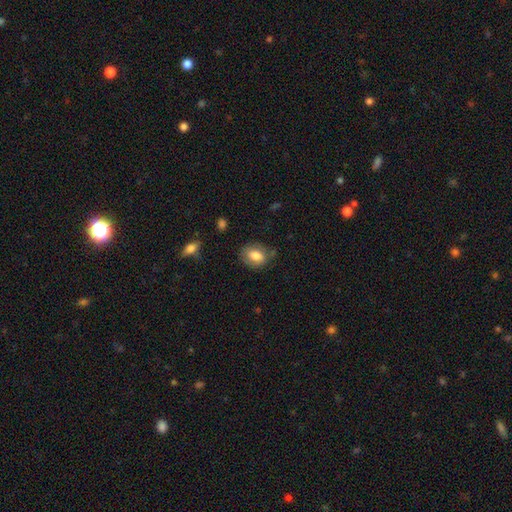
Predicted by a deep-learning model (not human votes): Q: Smooth or featured?
A: smooth (81%); runner-up: featured or disk (11%)
Q: How rounded?
A: in between (68%); runner-up: round (30%)
Q: Merging?
A: none (72%); runner-up: minor disturbance (20%)